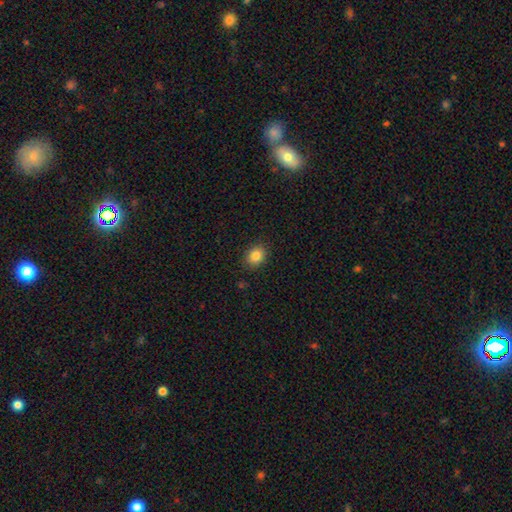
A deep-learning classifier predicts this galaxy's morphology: smooth-or-featured: smooth: 84% | star or artifact: 10% | featured or disk: 6%
  how-rounded: in between: 53% | round: 46% | cigar-shaped: 1%
  merging: none: 88% | minor disturbance: 9% | major disturbance: 2% | merger: 1%